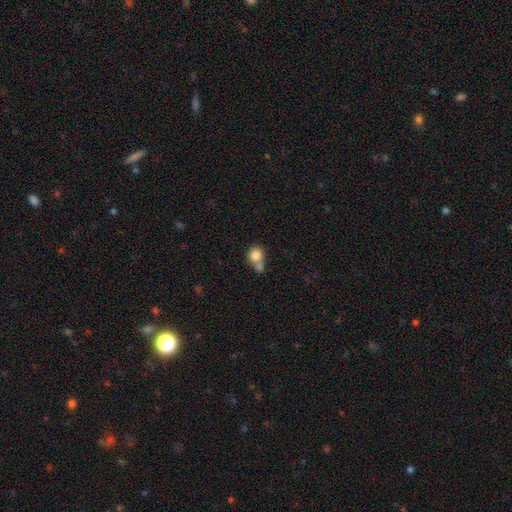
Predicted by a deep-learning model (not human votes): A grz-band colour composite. It shows a smooth galaxy with no disk features (81%) that is round (81%). Merging: merger (51%).